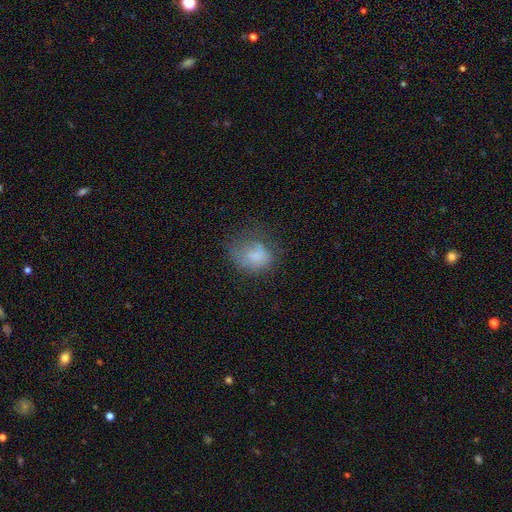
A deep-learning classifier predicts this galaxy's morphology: The model was most divided on "how rounded": in between: 52%, round: 47%, cigar-shaped: 1%. Remaining: smooth or featured — smooth (71%); merging — none (43%).